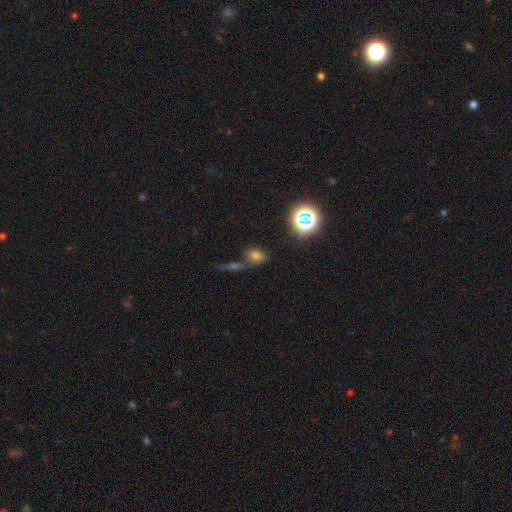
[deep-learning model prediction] Smooth or featured?
  - smooth: 65% *
  - star or artifact: 24%
  - featured or disk: 11%
How rounded?
  - in between: 71% *
  - round: 26%
  - cigar-shaped: 3%
Merging?
  - none: 53% *
  - merger: 31%
  - minor disturbance: 11%
  - major disturbance: 6%